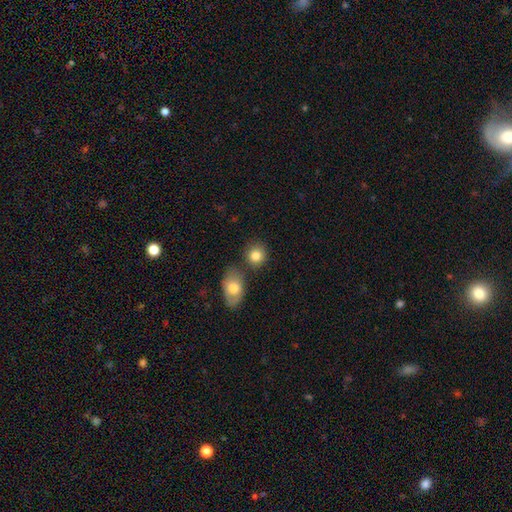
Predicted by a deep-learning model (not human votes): A smooth galaxy with no disk features (83%) that is round (77%).

Vote fractions:
- Smooth or featured? smooth: 83% / featured or disk: 9% / star or artifact: 8%
- How rounded? round: 77% / in between: 22% / cigar-shaped: 1%
- Merging? none: 69% / merger: 17% / minor disturbance: 11% / major disturbance: 3%